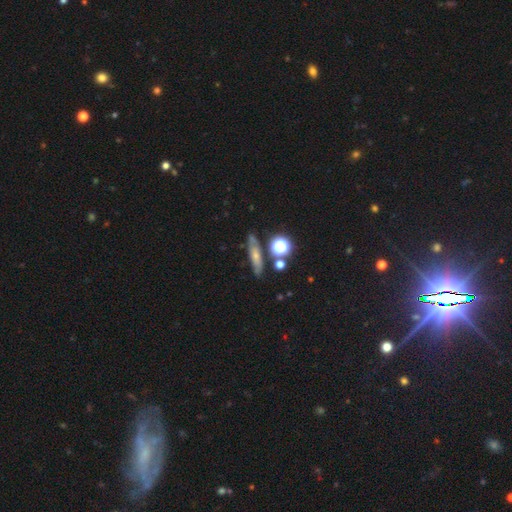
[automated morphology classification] A smooth galaxy with no disk features (50%) that is cigar-shaped (58%).

Vote fractions:
- Smooth or featured? smooth: 50% / featured or disk: 34% / star or artifact: 16%
- How rounded? cigar-shaped: 58% / in between: 24% / round: 18%
- Merging? none: 73% / minor disturbance: 15% / merger: 8% / major disturbance: 4%